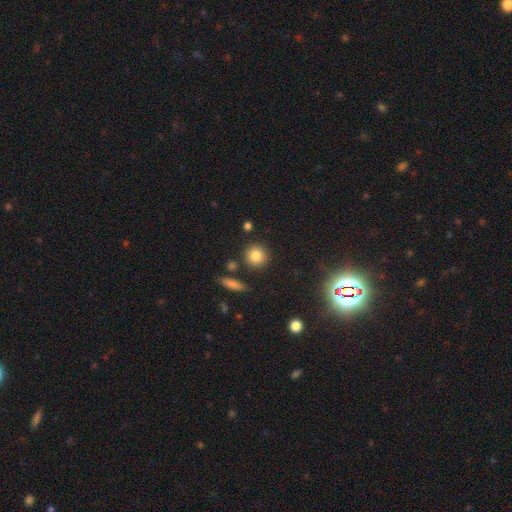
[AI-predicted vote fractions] Smooth or featured? Predicted: smooth (p=0.83). How rounded? Predicted: round (p=0.88). Merging? Predicted: none (p=0.85).